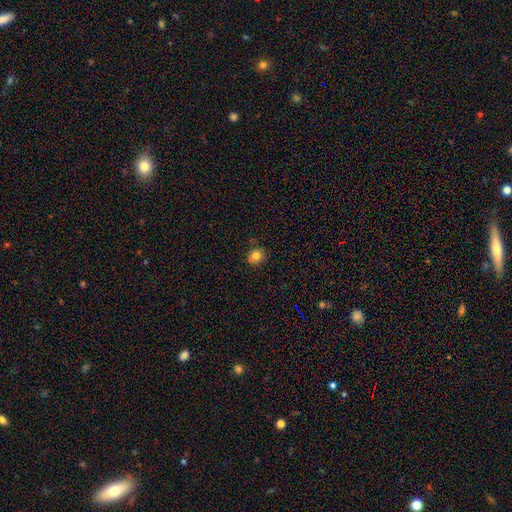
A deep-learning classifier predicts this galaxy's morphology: Smooth or featured? Predicted: smooth (p=0.82). How rounded? Predicted: round (p=0.81). Merging? Predicted: none (p=0.83).